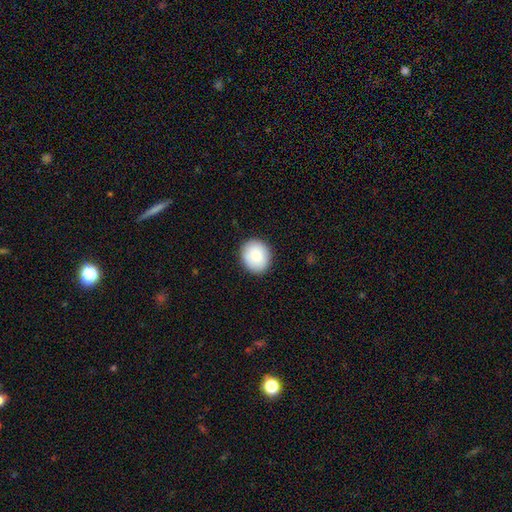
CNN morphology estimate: A smooth galaxy with no disk features (87%) that is round (70%).

Vote fractions:
- Smooth or featured? smooth: 87% / star or artifact: 7% / featured or disk: 6%
- How rounded? round: 70% / in between: 29% / cigar-shaped: 1%
- Merging? none: 89% / minor disturbance: 8% / major disturbance: 2% / merger: 1%